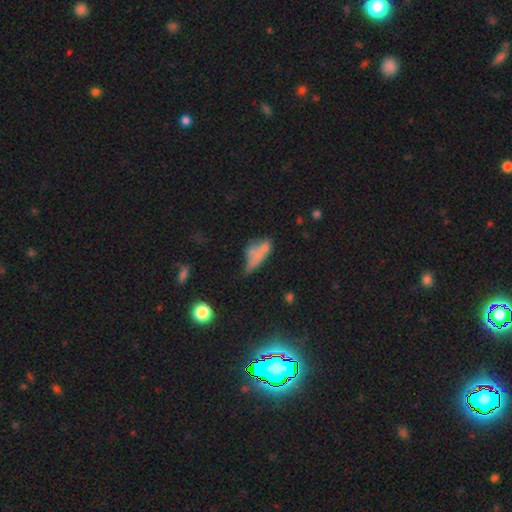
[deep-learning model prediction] Q: Smooth or featured?
A: smooth (61%); runner-up: featured or disk (24%)
Q: How rounded?
A: in between (73%); runner-up: cigar-shaped (20%)
Q: Merging?
A: merger (27%); runner-up: none (25%)